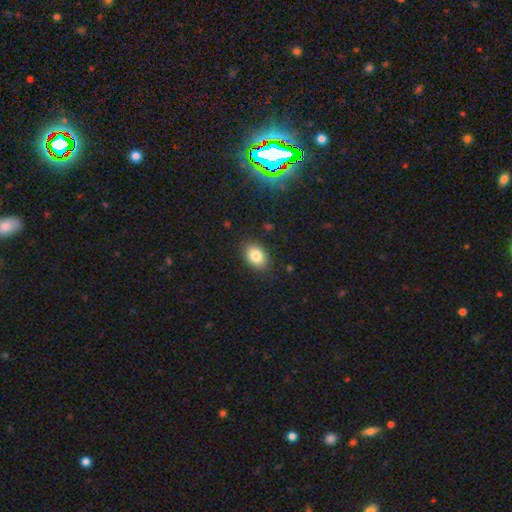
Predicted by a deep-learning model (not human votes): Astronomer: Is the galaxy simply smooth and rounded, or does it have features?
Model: smooth — 83%.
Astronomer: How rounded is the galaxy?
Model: in between — 79%.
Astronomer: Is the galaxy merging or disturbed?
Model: none — 85%.